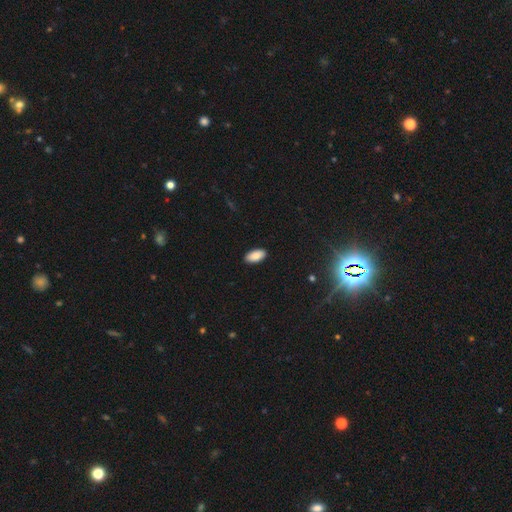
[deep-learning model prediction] Smooth or featured: smooth — 89% (star or artifact — 7%)
How rounded: in between — 94% (cigar-shaped — 4%)
Merging: none — 90% (minor disturbance — 8%)